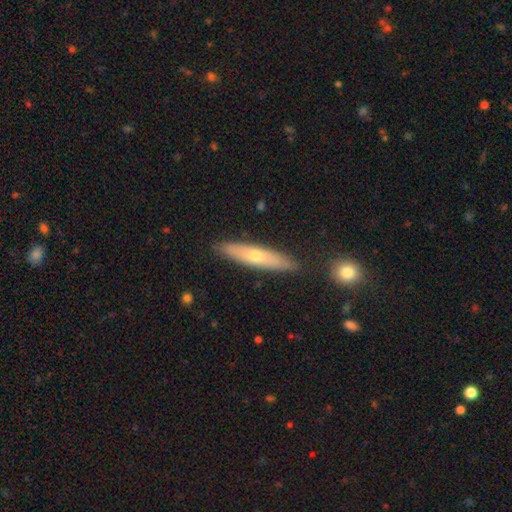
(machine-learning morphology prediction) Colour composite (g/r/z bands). It shows a smooth galaxy with no disk features (50%) that is cigar-shaped (81%). Merging: none (87%).